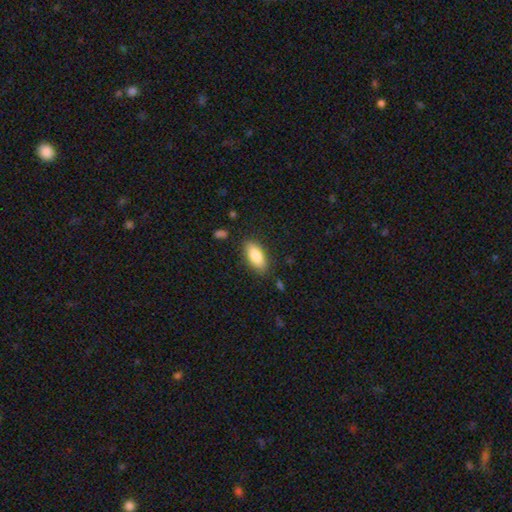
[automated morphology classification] Smooth or featured?
  - smooth: 83% *
  - featured or disk: 11%
  - star or artifact: 7%
How rounded?
  - in between: 84% *
  - cigar-shaped: 13%
  - round: 2%
Merging?
  - none: 85% *
  - minor disturbance: 11%
  - major disturbance: 3%
  - merger: 2%